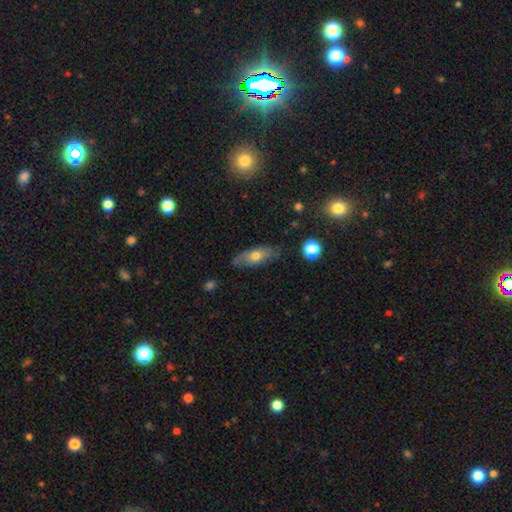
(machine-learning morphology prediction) Smooth or featured? Predicted: smooth (p=0.57). How rounded? Predicted: in between (p=0.66). Merging? Predicted: none (p=0.80).